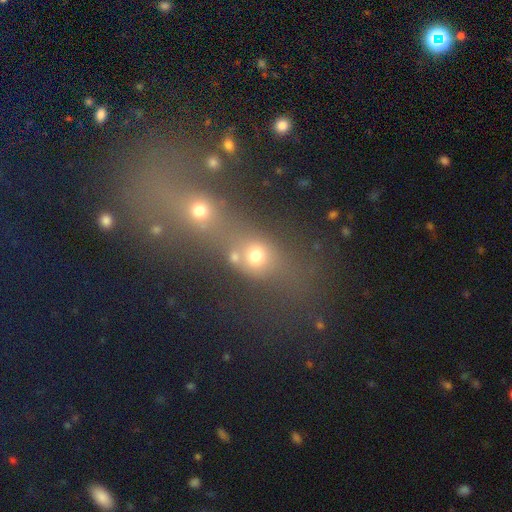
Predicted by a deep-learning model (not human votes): This is likely a smooth galaxy (68%). How rounded: likely round (66%). Merging: possibly merger (56%).